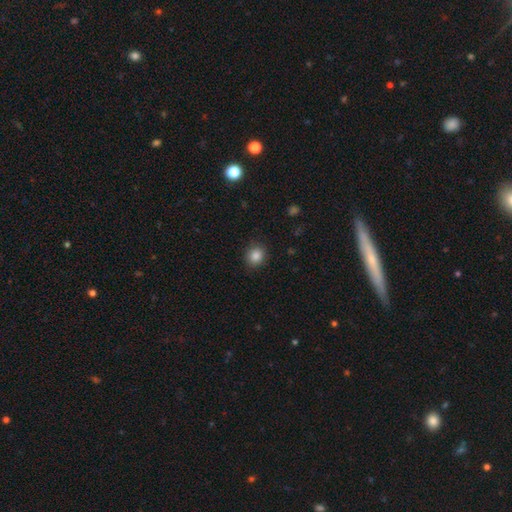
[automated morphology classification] The model was most divided on "how rounded": round: 79%, in between: 20%, cigar-shaped: 1%. More confident: merging — none (88%); smooth or featured — smooth (86%).